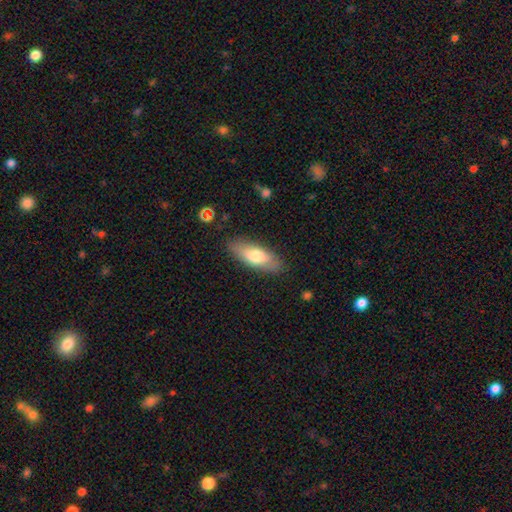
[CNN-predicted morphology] A smooth galaxy with no disk features (72%) that is in between round and cigar-shaped (72%). Merging: none (84%).